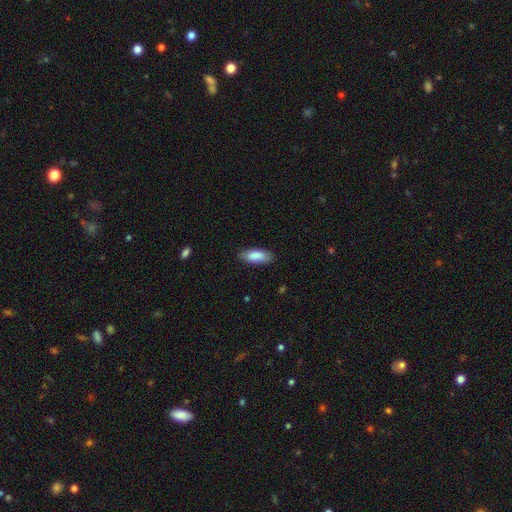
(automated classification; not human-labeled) Smooth or featured? smooth (87%)
How rounded? in between (73%)
Merging? none (86%)